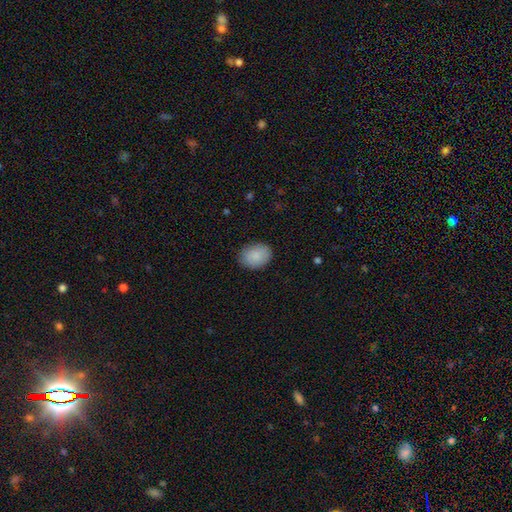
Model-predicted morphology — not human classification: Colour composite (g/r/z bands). It shows a smooth galaxy with no disk features (88%) that is in between round and cigar-shaped (69%). Merging: none (84%).